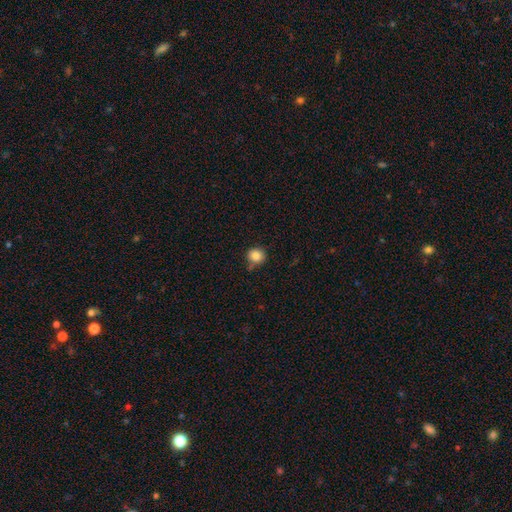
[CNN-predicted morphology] This is clearly a smooth galaxy (85%). How rounded: clearly round (90%). Merging: likely none (70%).